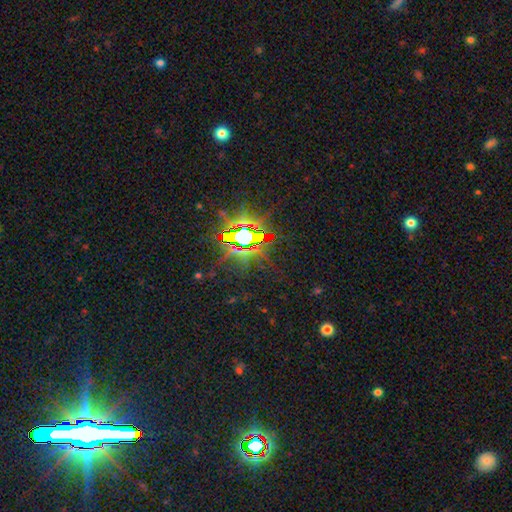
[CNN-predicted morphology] star or artifact 84%, smooth 8%, featured or disk 8%.